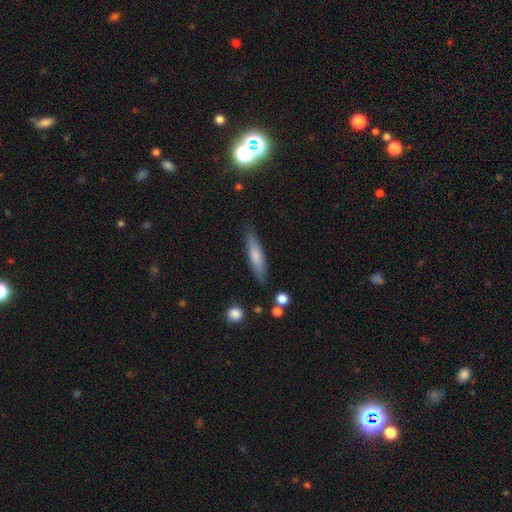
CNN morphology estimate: Smooth or featured? smooth (71%)
How rounded? cigar-shaped (74%)
Merging? none (83%)